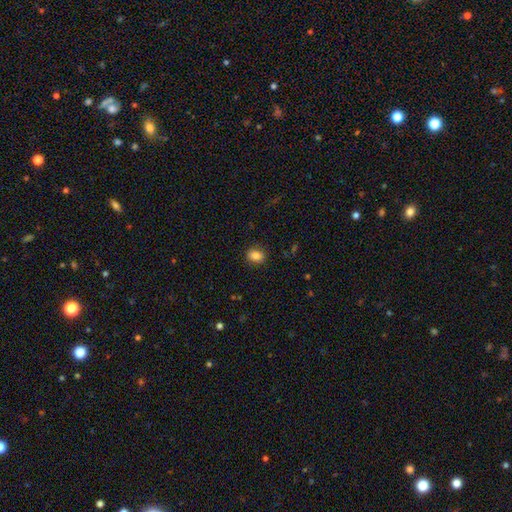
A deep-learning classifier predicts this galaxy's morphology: A smooth galaxy with no disk features (83%) that is in between round and cigar-shaped (54%). Merging: none (87%).